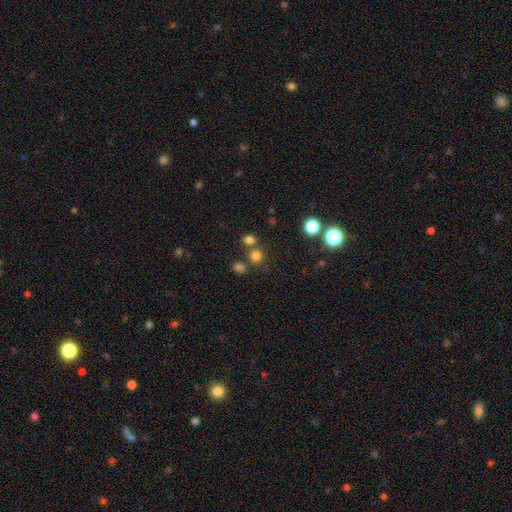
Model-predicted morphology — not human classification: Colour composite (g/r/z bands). It shows a smooth galaxy with no disk features (73%) that is round (87%). Merging: none (70%).